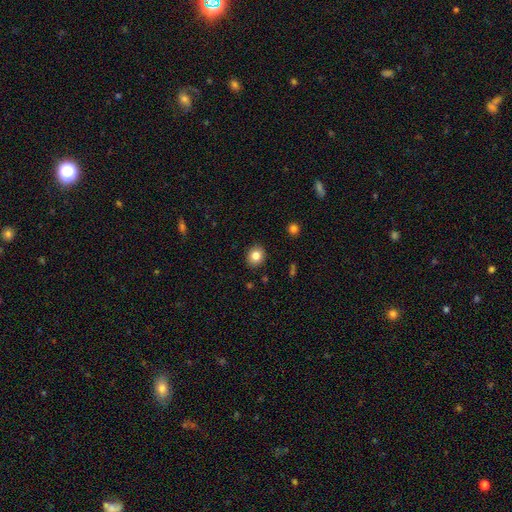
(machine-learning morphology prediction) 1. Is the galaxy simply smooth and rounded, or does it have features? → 83% smooth, 10% star or artifact, 7% featured or disk.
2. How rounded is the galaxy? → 75% round, 24% in between, 1% cigar-shaped.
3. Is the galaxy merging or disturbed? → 90% none, 7% minor disturbance, 2% major disturbance, 1% merger.